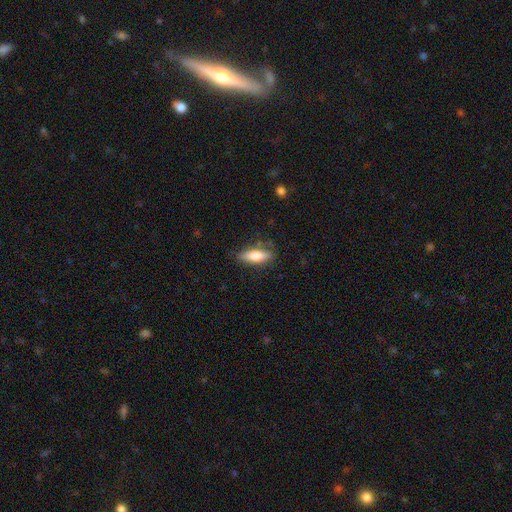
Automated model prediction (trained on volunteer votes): Smooth or featured? Predicted: smooth (p=0.72). How rounded? Predicted: in between (p=0.57). Merging? Predicted: none (p=0.77).